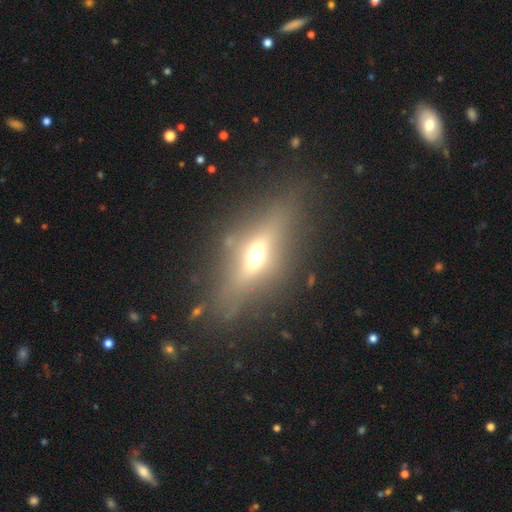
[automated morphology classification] Smooth or featured? Predicted: featured or disk (p=0.47). Merging? Predicted: none (p=0.70).